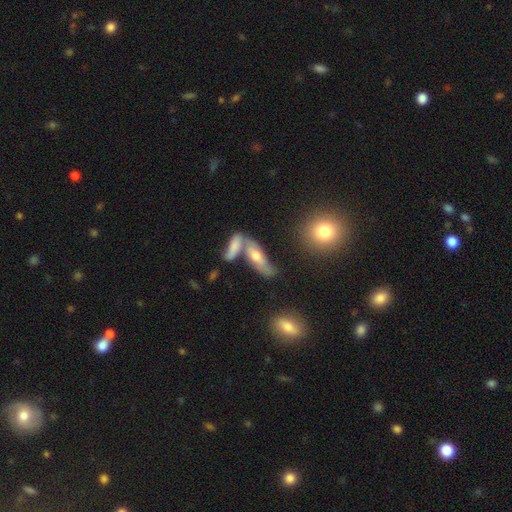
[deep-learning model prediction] This is possibly a featured or disk galaxy (55%). It is possibly viewed edge-on (55%). Merging: possibly none (51%).